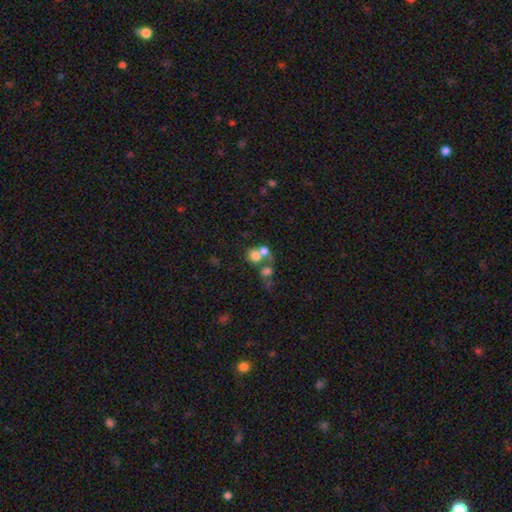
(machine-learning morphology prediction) The model was most divided on "merging": merger: 54%, none: 31%, minor disturbance: 7%, major disturbance: 7%. More confident: how rounded — round (74%); smooth or featured — smooth (67%).